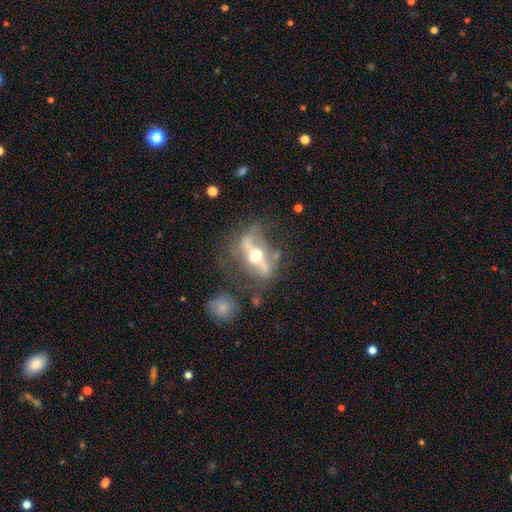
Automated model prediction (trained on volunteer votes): Morphology: type=featured or disk (79%); edge-on=no (67%); bar=strong (66%); spiral arms=yes (53%); bulge=moderate (71%); merging=none (56%).